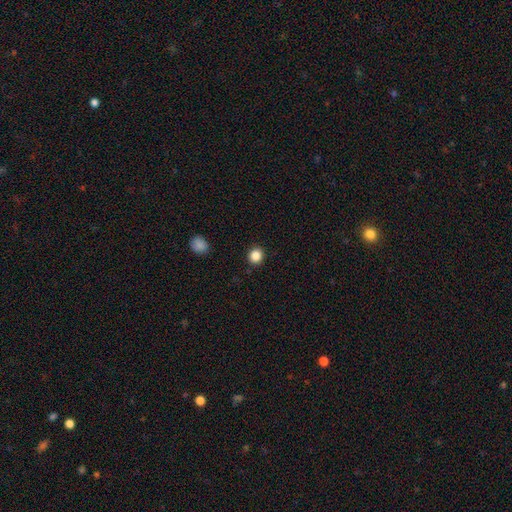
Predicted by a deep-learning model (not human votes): This appears to be a smooth galaxy with no disk features (86%) that is round (85%). Merging: none (91%).